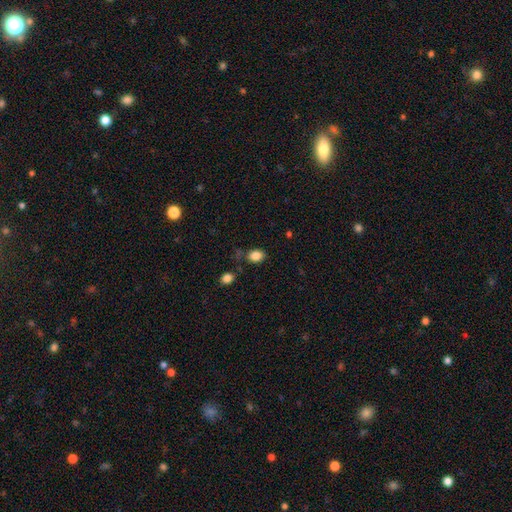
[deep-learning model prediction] Smooth or featured?
  - smooth: 85% *
  - star or artifact: 10%
  - featured or disk: 5%
How rounded?
  - in between: 64% *
  - round: 35%
  - cigar-shaped: 1%
Merging?
  - none: 70% *
  - minor disturbance: 18%
  - merger: 7%
  - major disturbance: 5%